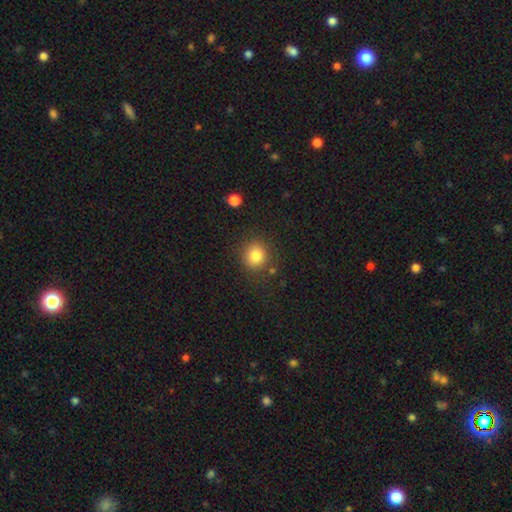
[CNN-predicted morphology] Smooth or featured?
  - smooth: 83% *
  - star or artifact: 11%
  - featured or disk: 6%
How rounded?
  - round: 83% *
  - in between: 16%
  - cigar-shaped: 1%
Merging?
  - none: 83% *
  - minor disturbance: 10%
  - major disturbance: 4%
  - merger: 3%